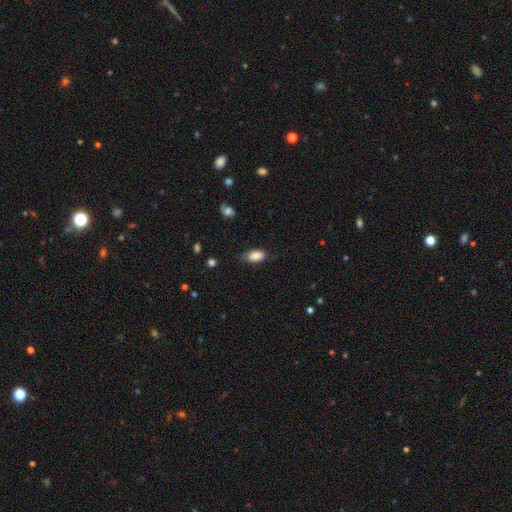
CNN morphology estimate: smooth_or_featured: smooth (p=0.83) [alt: featured or disk p=0.09]
how_rounded: in between (p=0.91) [alt: round p=0.06]
merging: none (p=0.71) [alt: minor disturbance p=0.23]